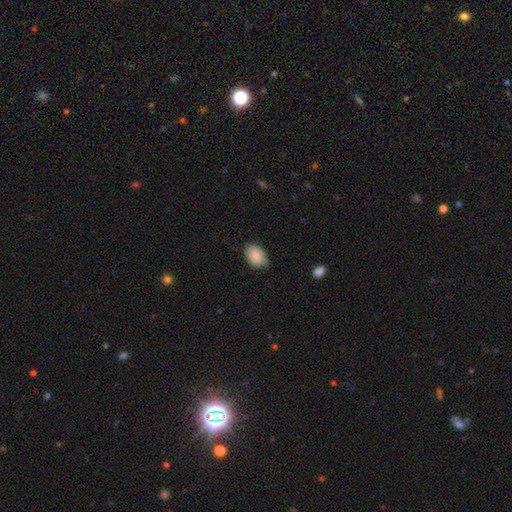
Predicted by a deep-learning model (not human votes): This is clearly a smooth galaxy (85%). How rounded: clearly in between (83%). Merging: likely none (68%).